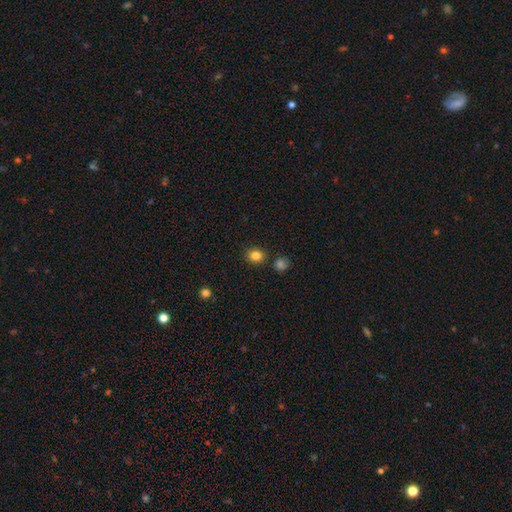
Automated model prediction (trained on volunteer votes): The model was most divided on "how rounded": round: 77%, in between: 22%, cigar-shaped: 1%. More confident: merging — none (86%); smooth or featured — smooth (83%).